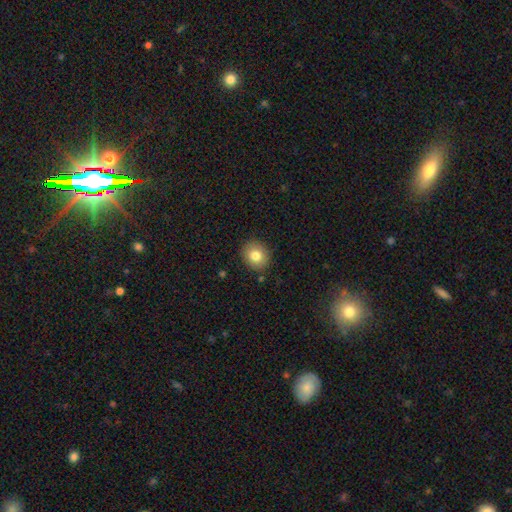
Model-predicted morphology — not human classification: This is likely a smooth galaxy (80%). How rounded: likely round (70%). Merging: clearly none (87%).